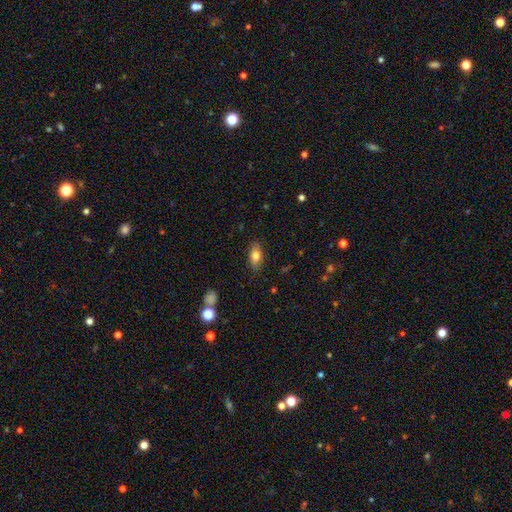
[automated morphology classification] A smooth galaxy with no disk features (79%) that is in between round and cigar-shaped (87%).

Vote fractions:
- Smooth or featured? smooth: 79% / featured or disk: 13% / star or artifact: 8%
- How rounded? in between: 87% / cigar-shaped: 7% / round: 6%
- Merging? none: 84% / minor disturbance: 12% / major disturbance: 3% / merger: 1%